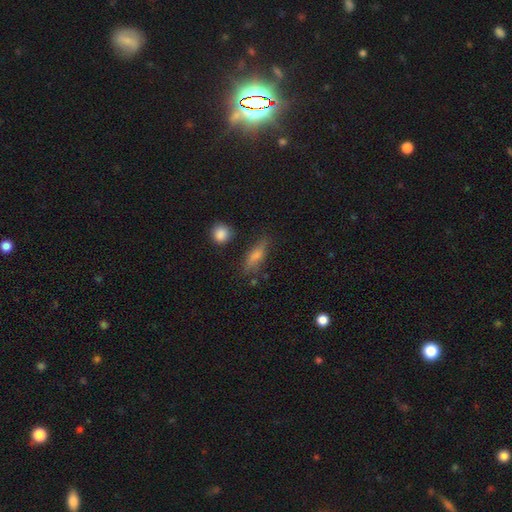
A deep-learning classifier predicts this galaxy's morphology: A smooth galaxy with no disk features (59%) that is cigar-shaped (51%).

Vote fractions:
- Smooth or featured? smooth: 59% / featured or disk: 27% / star or artifact: 14%
- How rounded? cigar-shaped: 51% / in between: 43% / round: 6%
- Merging? none: 75% / minor disturbance: 16% / major disturbance: 5% / merger: 4%